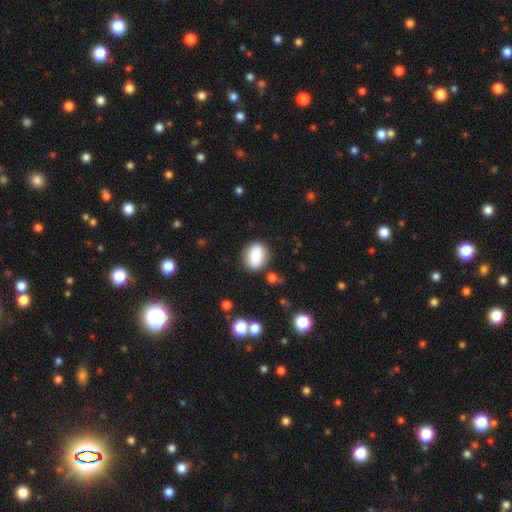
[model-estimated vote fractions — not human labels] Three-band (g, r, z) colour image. It shows a smooth galaxy with no disk features (86%) that is in between round and cigar-shaped (61%). Merging: none (79%).